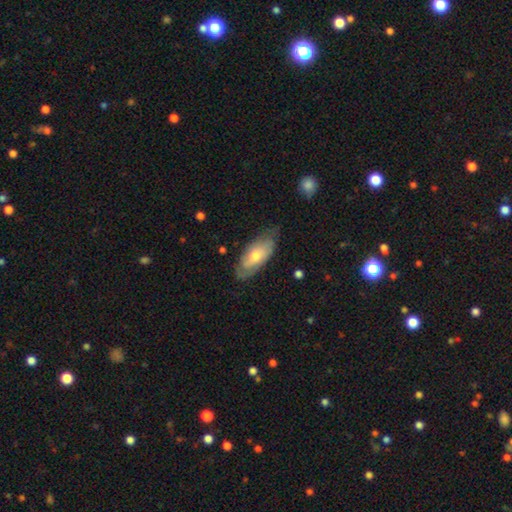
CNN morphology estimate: A smooth galaxy with no disk features (49%). Merging: none (65%).